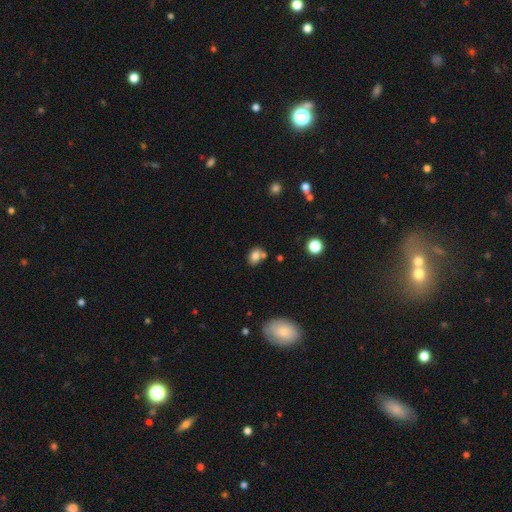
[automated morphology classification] type=smooth (79%); roundness=in between (67%); merging=none (57%).